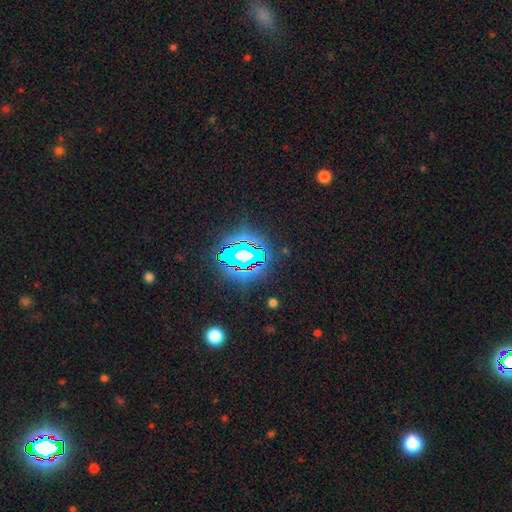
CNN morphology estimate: star or artifact 75%, smooth 14%, featured or disk 11%.